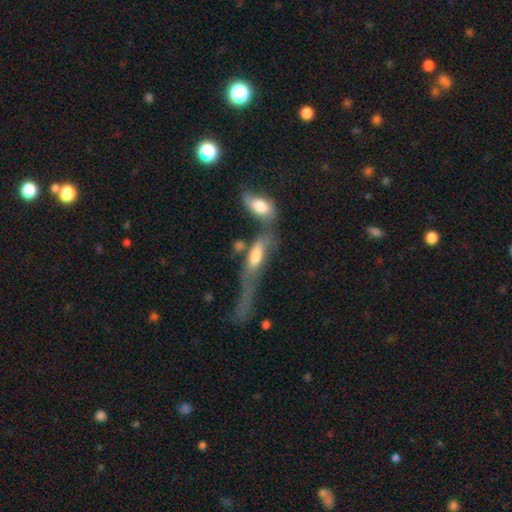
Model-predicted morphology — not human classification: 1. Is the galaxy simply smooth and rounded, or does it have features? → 54% smooth, 36% featured or disk, 9% star or artifact.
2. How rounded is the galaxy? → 54% in between, 42% cigar-shaped, 3% round.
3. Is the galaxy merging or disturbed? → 53% merger, 24% major disturbance, 13% none, 10% minor disturbance.